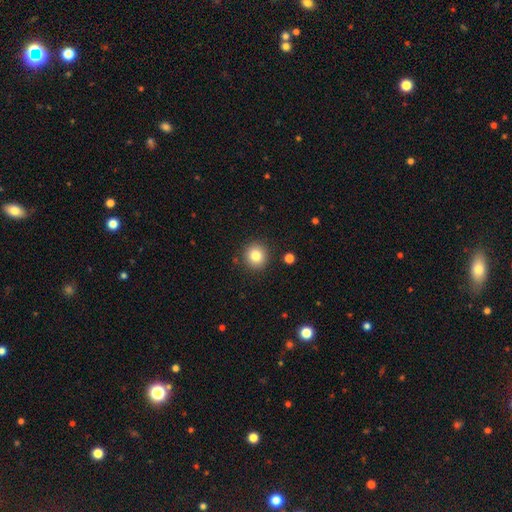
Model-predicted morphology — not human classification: This is clearly a smooth galaxy (83%). How rounded: clearly round (92%). Merging: clearly none (89%).